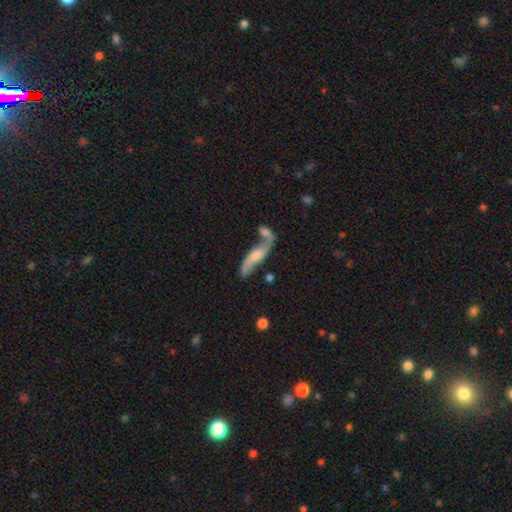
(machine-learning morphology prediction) smooth-or-featured: featured or disk: 69% | smooth: 24% | star or artifact: 7%
  disk-edge-on: no: 72% | yes: 28%
  merging: none: 41% | merger: 36% | minor disturbance: 15% | major disturbance: 9%